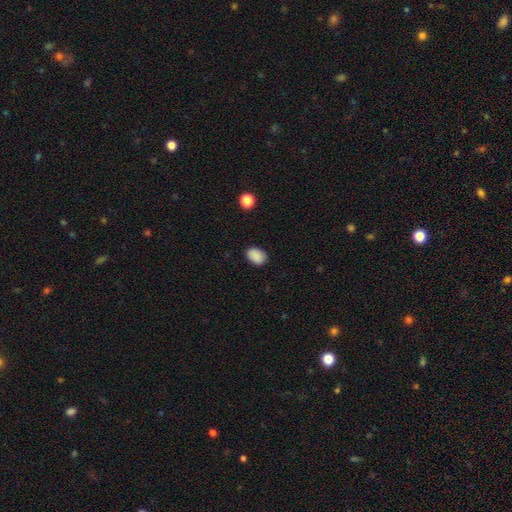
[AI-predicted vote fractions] Smooth or featured? smooth (89%)
How rounded? in between (78%)
Merging? none (85%)